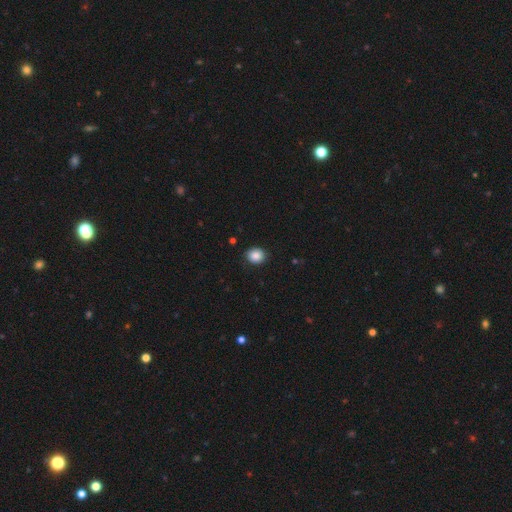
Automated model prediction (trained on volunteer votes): This is clearly a smooth galaxy (87%). How rounded: likely round (73%). Merging: clearly none (86%).